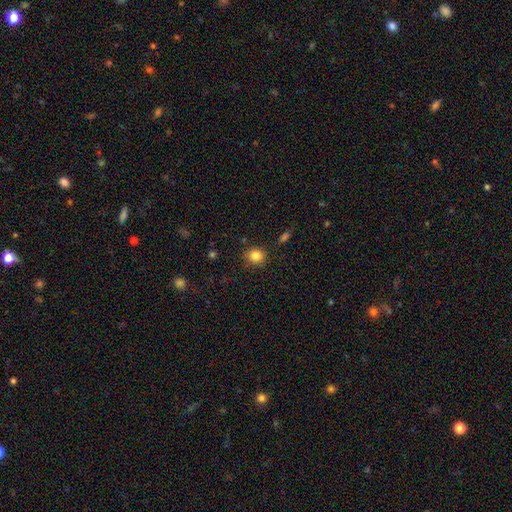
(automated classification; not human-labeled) smooth 84%, star or artifact 11%, featured or disk 5%. Down the decision tree: how rounded — round (78%); merging — none (84%).